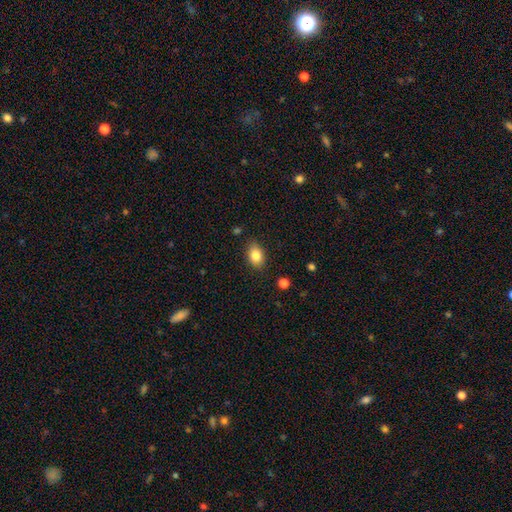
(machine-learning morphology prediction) Q: Smooth or featured?
A: smooth (84%); runner-up: star or artifact (9%)
Q: How rounded?
A: in between (74%); runner-up: round (25%)
Q: Merging?
A: none (84%); runner-up: minor disturbance (12%)